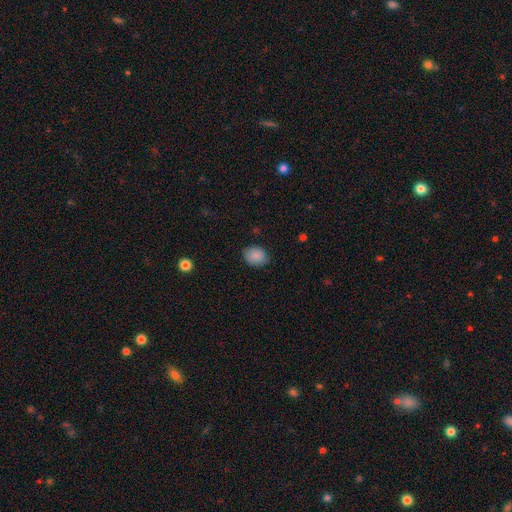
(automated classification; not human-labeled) Overall: smooth (86%). How rounded: in between (52%; round 47%). Merging: none (80%).